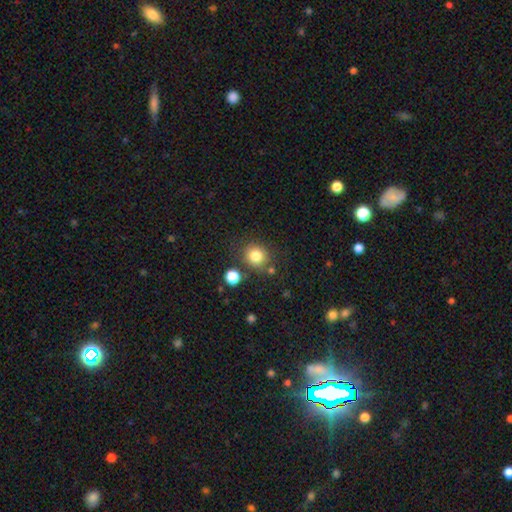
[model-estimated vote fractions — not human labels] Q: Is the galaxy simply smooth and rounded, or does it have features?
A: smooth — 82%.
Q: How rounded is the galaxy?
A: round — 85%.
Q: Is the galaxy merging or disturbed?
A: none — 79%.